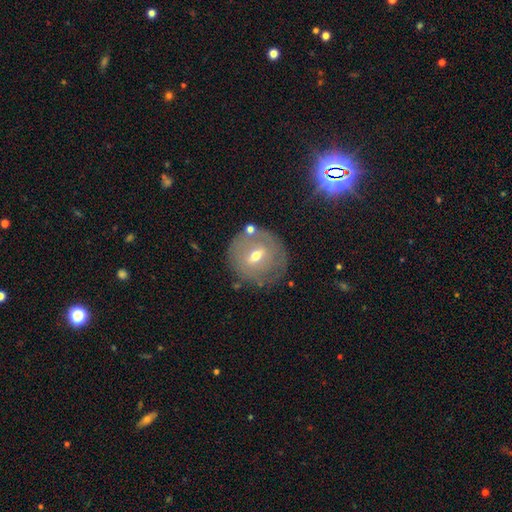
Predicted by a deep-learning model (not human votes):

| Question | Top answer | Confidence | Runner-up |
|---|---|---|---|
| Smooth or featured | featured or disk | 55% | smooth (37%) |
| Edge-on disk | no | 88% | yes (12%) |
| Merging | none | 73% | minor disturbance (16%) |